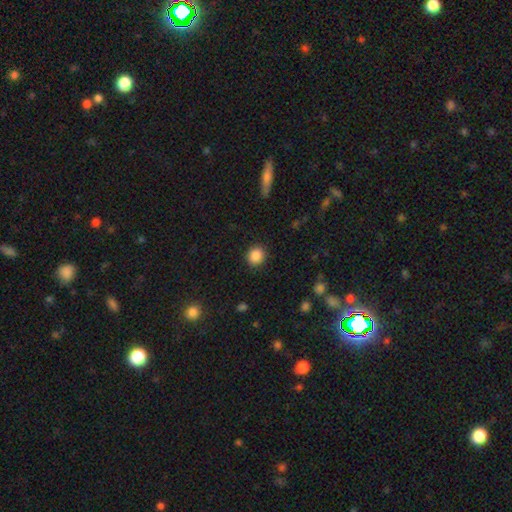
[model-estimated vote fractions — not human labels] Overall: smooth (87%). How rounded: round (85%). Merging: none (90%).